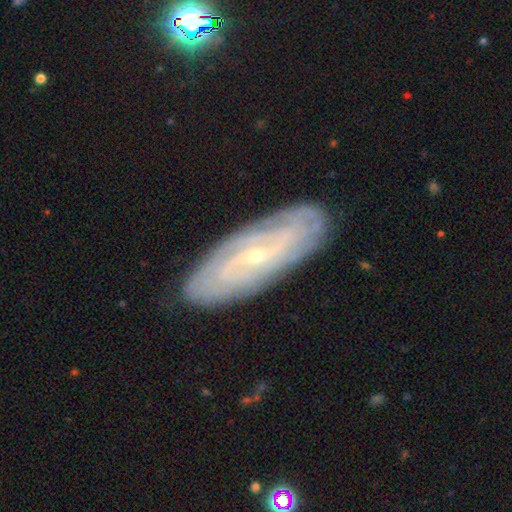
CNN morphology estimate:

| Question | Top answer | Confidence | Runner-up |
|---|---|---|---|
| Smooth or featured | featured or disk | 83% | smooth (10%) |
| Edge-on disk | no | 88% | yes (12%) |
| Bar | weak | 43% | no (36%) |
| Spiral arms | yes | 95% | no (5%) |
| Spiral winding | tight | 70% | medium (23%) |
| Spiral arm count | can't tell | 40% | 2 (23%) |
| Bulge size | small | 79% | moderate (17%) |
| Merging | none | 86% | minor disturbance (10%) |